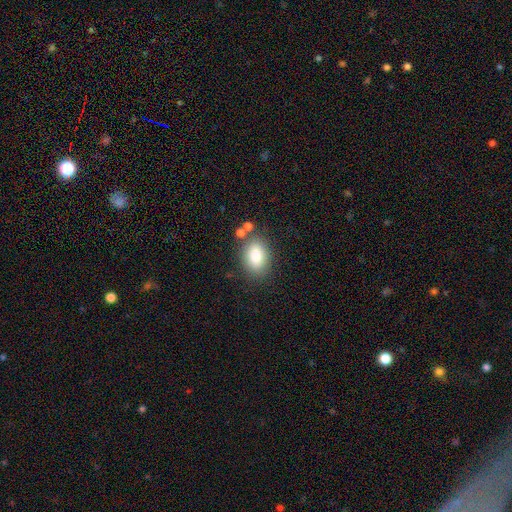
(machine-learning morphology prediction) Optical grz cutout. It shows a smooth galaxy with no disk features (82%) that is in between round and cigar-shaped (85%). Merging: none (77%).